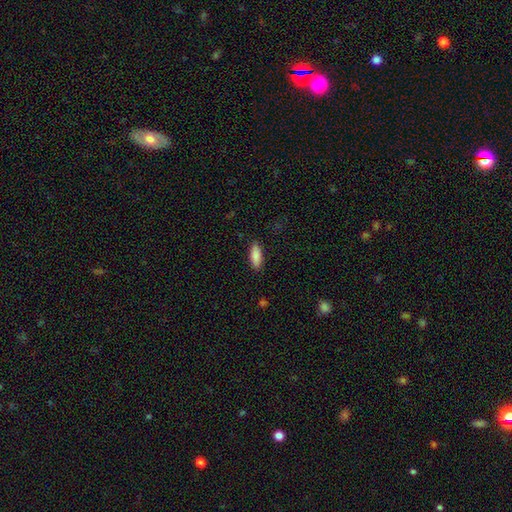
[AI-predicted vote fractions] Smooth or featured? Predicted: smooth (p=0.87). How rounded? Predicted: in between (p=0.72). Merging? Predicted: none (p=0.87).